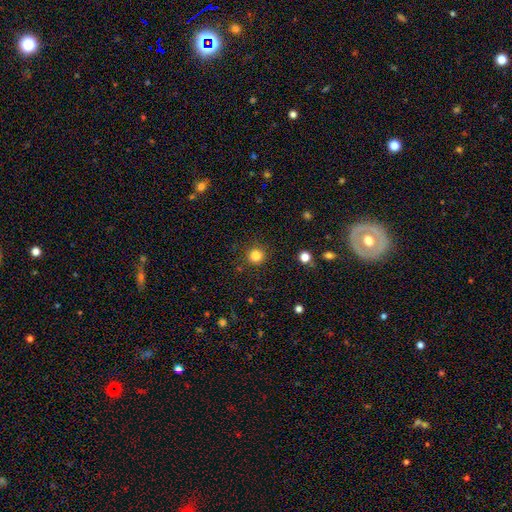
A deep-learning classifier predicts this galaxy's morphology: smooth 83%, star or artifact 13%, featured or disk 4%. Down the decision tree: how rounded — round (94%); merging — none (89%).